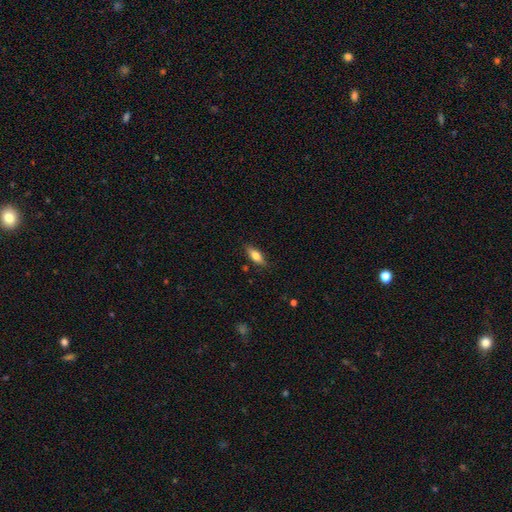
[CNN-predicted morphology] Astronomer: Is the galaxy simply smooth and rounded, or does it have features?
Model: smooth — 69%.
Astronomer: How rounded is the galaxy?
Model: in between — 64%.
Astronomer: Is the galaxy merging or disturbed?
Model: none — 84%.